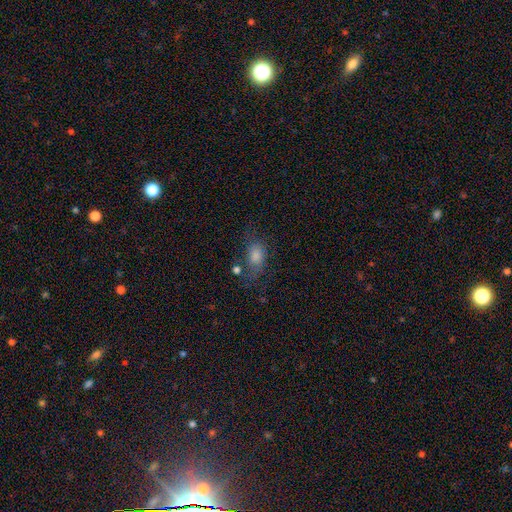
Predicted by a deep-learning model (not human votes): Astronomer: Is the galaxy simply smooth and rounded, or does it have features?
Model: smooth — 64%.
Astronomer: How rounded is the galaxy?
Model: in between — 73%.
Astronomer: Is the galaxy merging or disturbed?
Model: none — 52%.